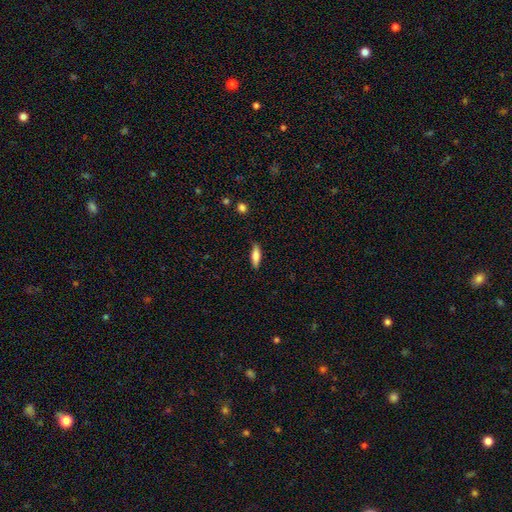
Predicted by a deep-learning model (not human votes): Smooth or featured: smooth — 77% (featured or disk — 16%)
How rounded: in between — 50% (cigar-shaped — 47%)
Merging: none — 83% (minor disturbance — 13%)